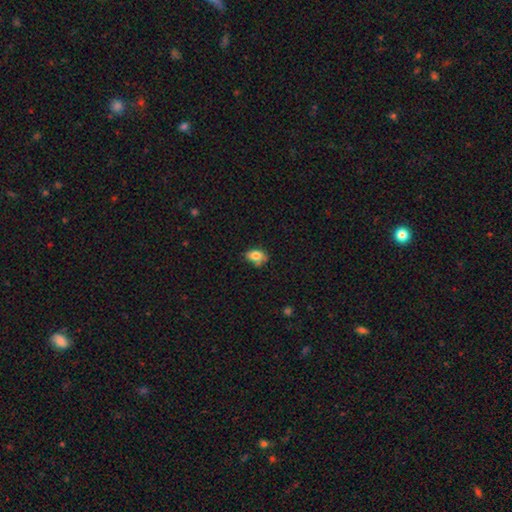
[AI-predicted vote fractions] Smooth or featured?
  - smooth: 79% *
  - featured or disk: 12%
  - star or artifact: 9%
How rounded?
  - in between: 80% *
  - round: 18%
  - cigar-shaped: 2%
Merging?
  - none: 54% *
  - minor disturbance: 31%
  - merger: 7%
  - major disturbance: 7%